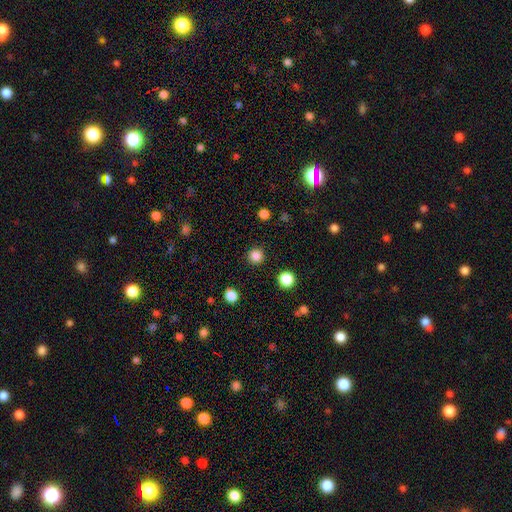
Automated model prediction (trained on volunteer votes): Smooth or featured? Predicted: smooth (p=0.83). How rounded? Predicted: round (p=0.95). Merging? Predicted: none (p=0.92).